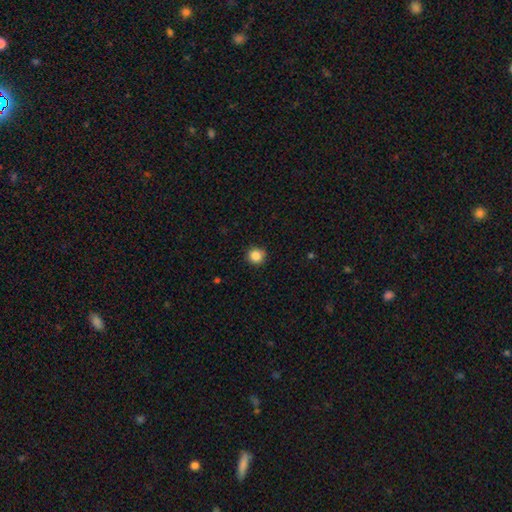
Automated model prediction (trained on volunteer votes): This appears to be a smooth galaxy with no disk features (86%) that is round (93%). Merging: none (88%).